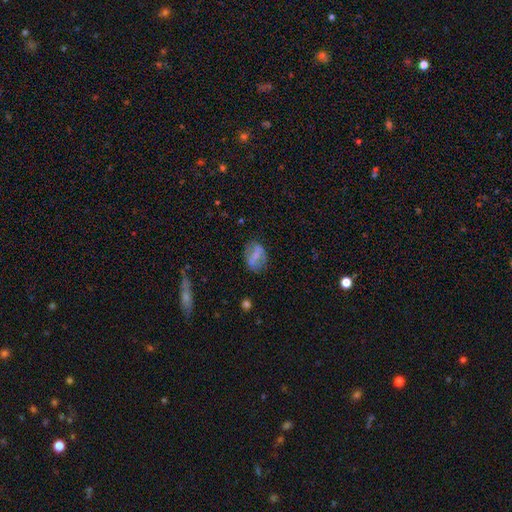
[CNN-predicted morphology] Q: Smooth or featured?
A: featured or disk (50%); runner-up: smooth (41%)
Q: Edge-on disk?
A: no (94%); runner-up: yes (6%)
Q: Merging?
A: none (63%); runner-up: minor disturbance (21%)